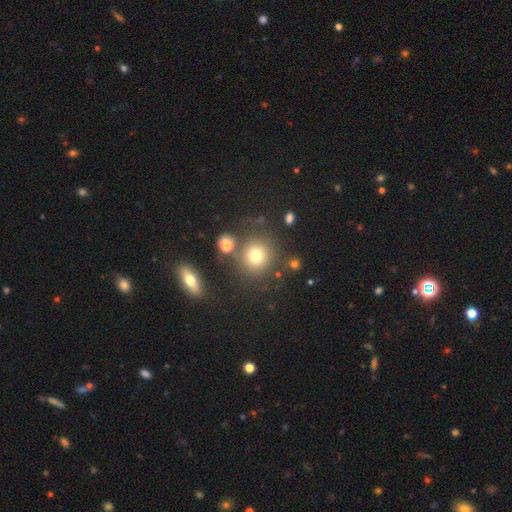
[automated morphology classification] smooth_or_featured: smooth (p=0.74) [alt: star or artifact p=0.16]
how_rounded: round (p=0.88) [alt: in between p=0.11]
merging: none (p=0.75) [alt: merger p=0.11]